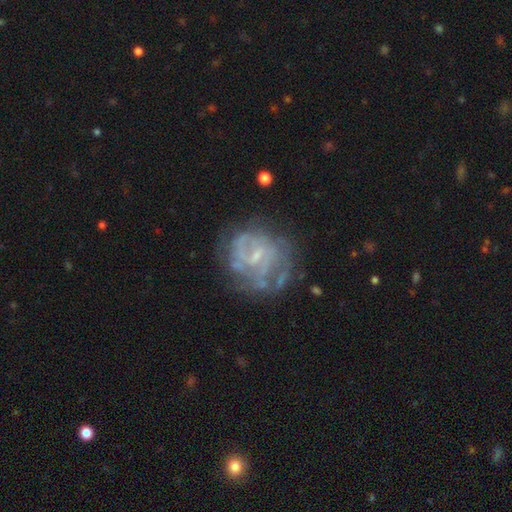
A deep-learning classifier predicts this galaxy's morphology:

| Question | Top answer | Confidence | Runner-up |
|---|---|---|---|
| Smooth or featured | featured or disk | 78% | smooth (13%) |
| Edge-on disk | no | 98% | yes (2%) |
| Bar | weak | 48% | no (40%) |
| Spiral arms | yes | 74% | no (26%) |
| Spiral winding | tight | 50% | medium (36%) |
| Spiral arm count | can't tell | 47% | 2 (20%) |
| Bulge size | small | 59% | none (20%) |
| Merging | none | 58% | minor disturbance (20%) |